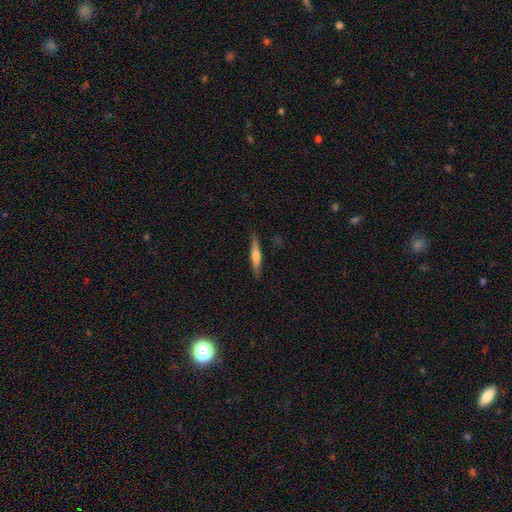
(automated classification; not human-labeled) The model was most divided on "smooth or featured": smooth: 50%, featured or disk: 44%, star or artifact: 6%. More confident: merging — none (87%).